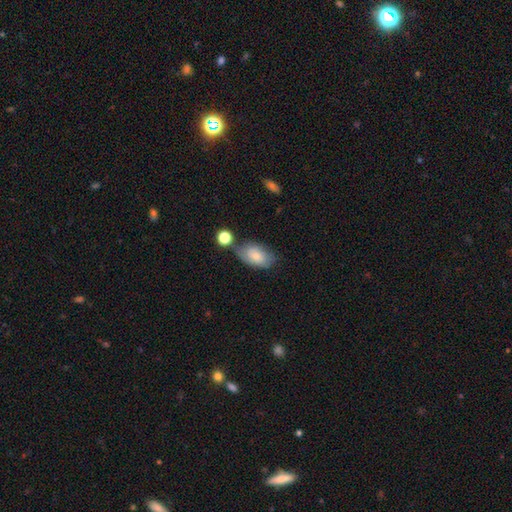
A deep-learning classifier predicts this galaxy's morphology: A smooth galaxy with no disk features (68%) that is in between round and cigar-shaped (90%).

Vote fractions:
- Smooth or featured? smooth: 68% / featured or disk: 25% / star or artifact: 7%
- How rounded? in between: 90% / round: 8% / cigar-shaped: 2%
- Merging? none: 52% / minor disturbance: 26% / merger: 15% / major disturbance: 8%